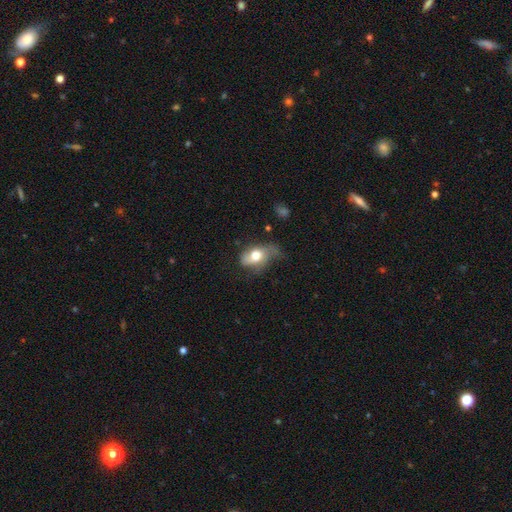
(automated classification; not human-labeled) smooth_or_featured: smooth (p=0.62) [alt: featured or disk p=0.30]
how_rounded: in between (p=0.81) [alt: round p=0.17]
merging: minor disturbance (p=0.37) [alt: none p=0.34]